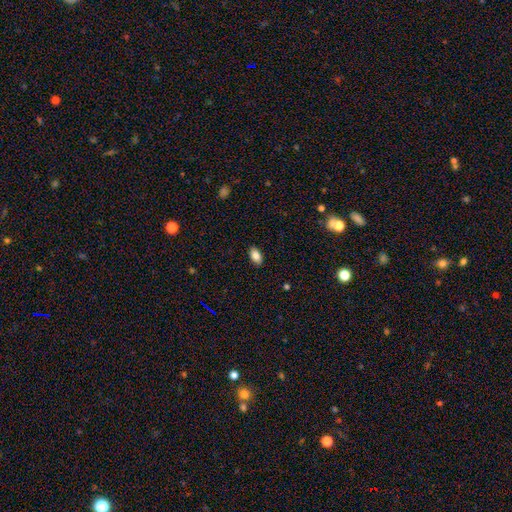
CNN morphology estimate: This is clearly a smooth galaxy (84%). How rounded: clearly in between (92%). Merging: clearly none (89%).